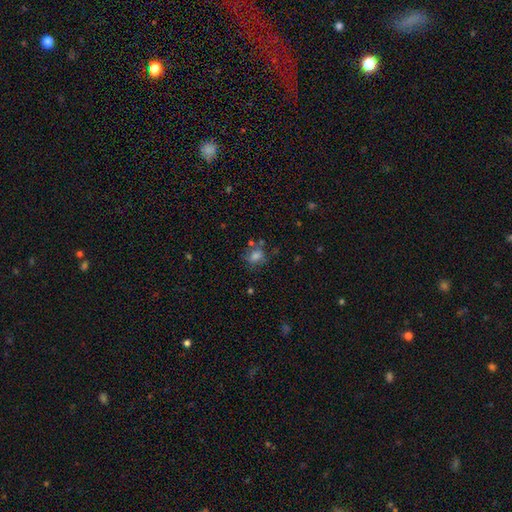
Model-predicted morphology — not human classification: Smooth or featured: smooth — 66% (featured or disk — 17%)
How rounded: round — 53% (in between — 46%)
Merging: none — 58% (minor disturbance — 20%)